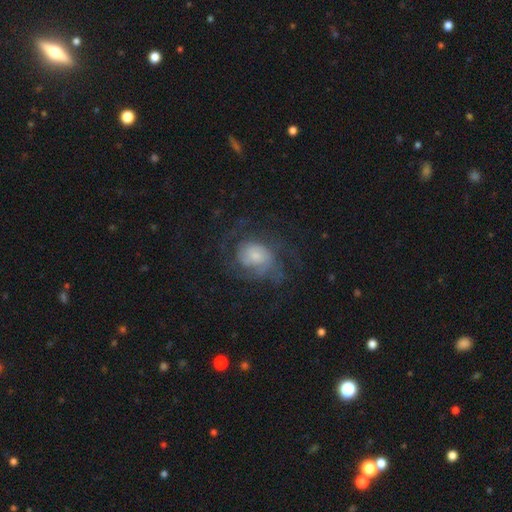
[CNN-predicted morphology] Q: Smooth or featured?
A: featured or disk (67%); runner-up: smooth (24%)
Q: Edge-on disk?
A: no (97%); runner-up: yes (3%)
Q: Bar?
A: no (70%); runner-up: weak (26%)
Q: Spiral arms?
A: yes (86%); runner-up: no (14%)
Q: Spiral winding?
A: medium (41%); runner-up: tight (40%)
Q: Spiral arm count?
A: can't tell (39%); runner-up: 2 (25%)
Q: Bulge size?
A: small (37%); runner-up: moderate (36%)
Q: Merging?
A: none (59%); runner-up: major disturbance (22%)